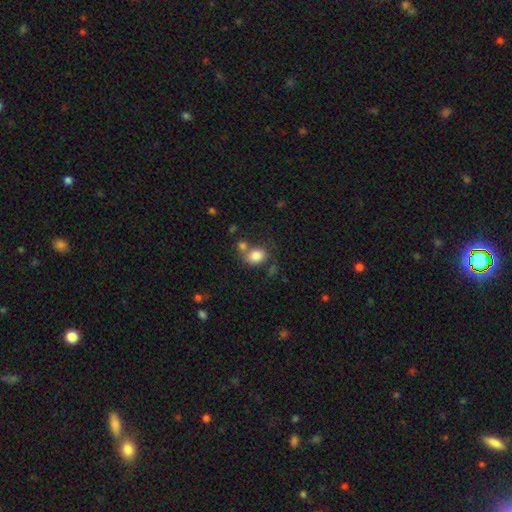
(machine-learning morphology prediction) A smooth galaxy with no disk features (83%) that is in between round and cigar-shaped (51%).

Vote fractions:
- Smooth or featured? smooth: 83% / star or artifact: 9% / featured or disk: 7%
- How rounded? in between: 51% / round: 48% / cigar-shaped: 1%
- Merging? none: 54% / merger: 28% / minor disturbance: 13% / major disturbance: 6%